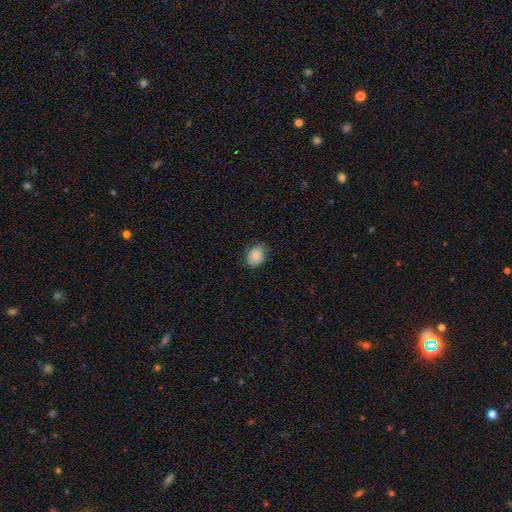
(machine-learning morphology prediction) The model was most divided on "how rounded": in between: 53%, round: 46%, cigar-shaped: 1%. More confident: smooth or featured — smooth (84%); merging — none (73%).